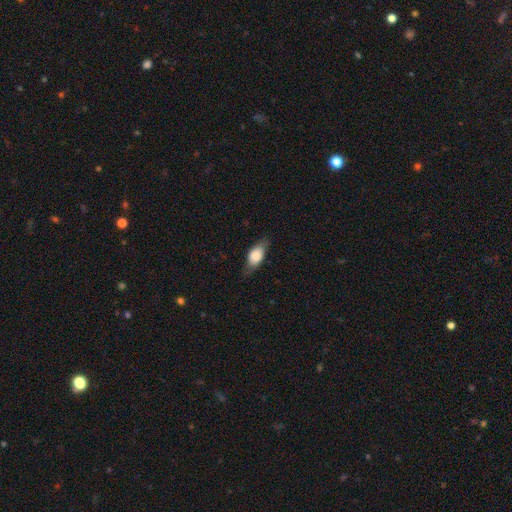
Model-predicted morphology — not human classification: Overall: smooth (69%). How rounded: in between (80%). Merging: none (73%).